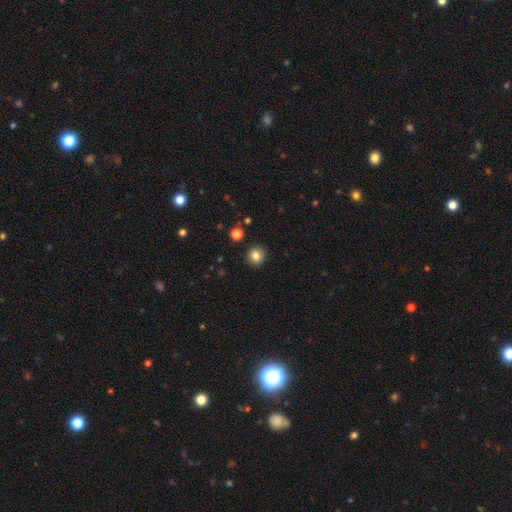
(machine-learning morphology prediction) The model was most divided on "smooth or featured": smooth: 84%, star or artifact: 11%, featured or disk: 6%. More confident: merging — none (92%); how rounded — round (92%).